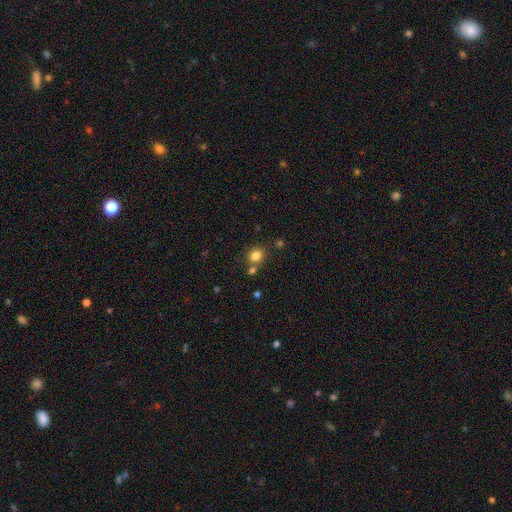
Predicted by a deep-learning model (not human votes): smooth 81%, star or artifact 12%, featured or disk 6%. Down the decision tree: how rounded — round (73%); merging — none (69%).